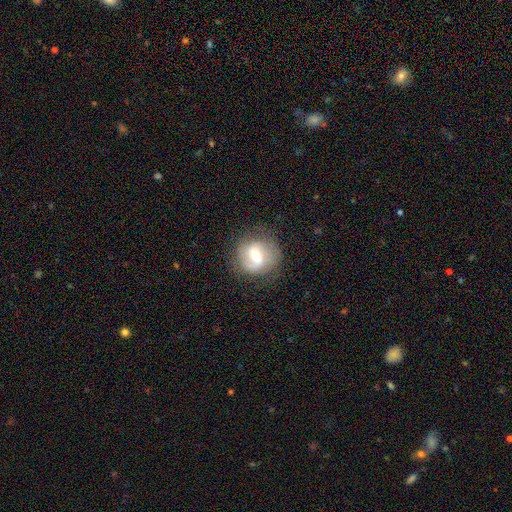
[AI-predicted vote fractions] Smooth or featured? Predicted: featured or disk (p=0.67). Edge-on disk? Predicted: no (p=0.97). Bar? Predicted: weak (p=0.52). Spiral arms? Predicted: yes (p=0.86). Spiral winding? Predicted: medium (p=0.44). Spiral arm count? Predicted: 2 (p=0.78). Bulge size? Predicted: moderate (p=0.59). Merging? Predicted: none (p=0.78).